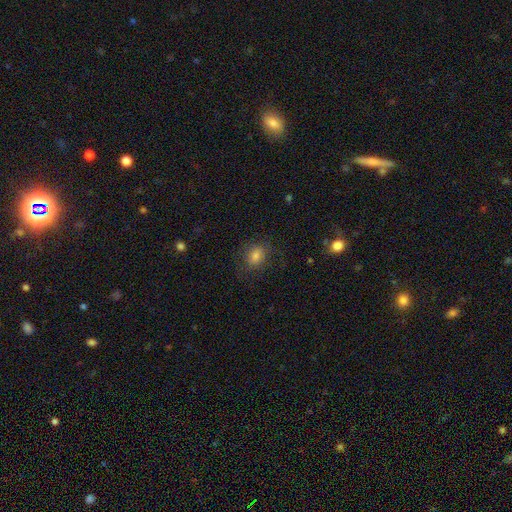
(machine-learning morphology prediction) type=smooth (75%); roundness=round (52%); merging=none (76%).